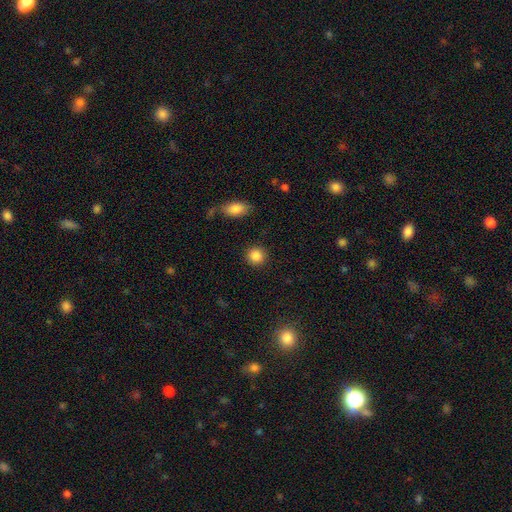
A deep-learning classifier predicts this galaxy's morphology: smooth 87%, star or artifact 10%, featured or disk 4%. Down the decision tree: how rounded — round (90%); merging — none (90%).